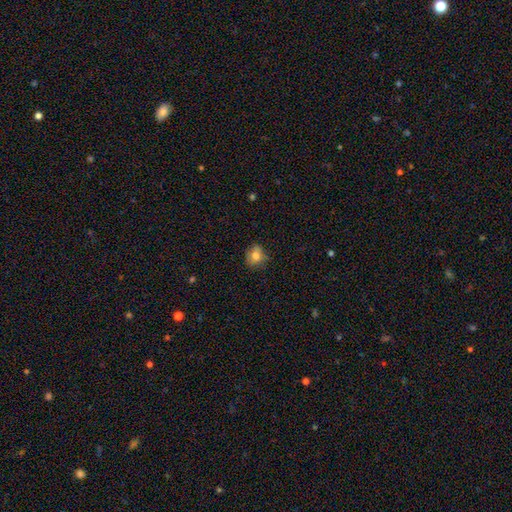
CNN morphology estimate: A smooth galaxy with no disk features (79%) that is round (70%).

Vote fractions:
- Smooth or featured? smooth: 79% / featured or disk: 11% / star or artifact: 10%
- How rounded? round: 70% / in between: 29% / cigar-shaped: 1%
- Merging? none: 78% / minor disturbance: 17% / major disturbance: 3% / merger: 1%